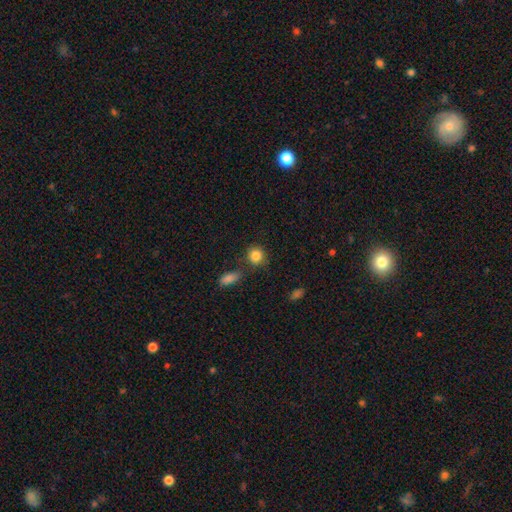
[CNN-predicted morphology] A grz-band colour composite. It shows a smooth galaxy with no disk features (85%) that is round (85%). Merging: none (73%).